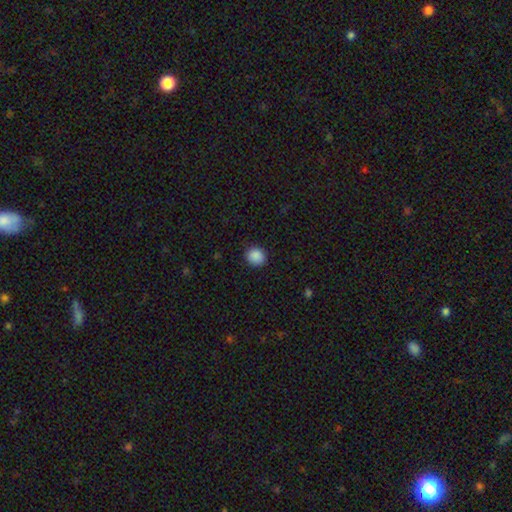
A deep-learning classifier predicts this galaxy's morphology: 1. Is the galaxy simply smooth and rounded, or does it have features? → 88% smooth, 9% star or artifact, 3% featured or disk.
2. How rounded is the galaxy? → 81% round, 18% in between, 1% cigar-shaped.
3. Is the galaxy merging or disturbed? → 89% none, 8% minor disturbance, 2% major disturbance, 1% merger.